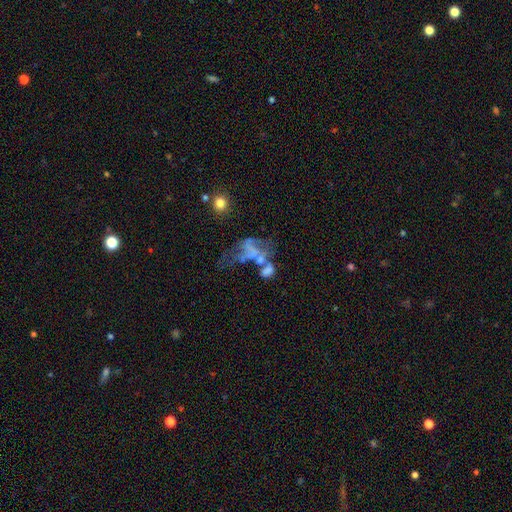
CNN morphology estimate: Q: Smooth or featured?
A: featured or disk (53%); runner-up: smooth (27%)
Q: Edge-on disk?
A: no (96%); runner-up: yes (4%)
Q: Bar?
A: no (83%); runner-up: weak (11%)
Q: Spiral arms?
A: no (81%); runner-up: yes (19%)
Q: Bulge size?
A: none (72%); runner-up: small (14%)
Q: Merging?
A: merger (37%); runner-up: major disturbance (35%)